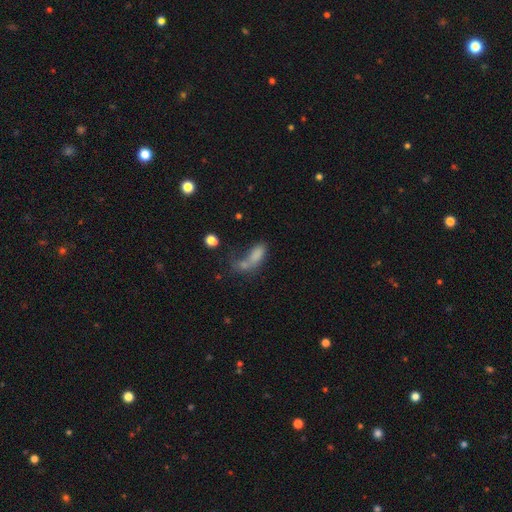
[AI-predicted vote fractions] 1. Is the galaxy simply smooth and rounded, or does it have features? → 76% smooth, 13% featured or disk, 11% star or artifact.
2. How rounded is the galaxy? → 79% in between, 15% cigar-shaped, 5% round.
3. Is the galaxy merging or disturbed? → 41% merger, 25% none, 20% major disturbance, 14% minor disturbance.